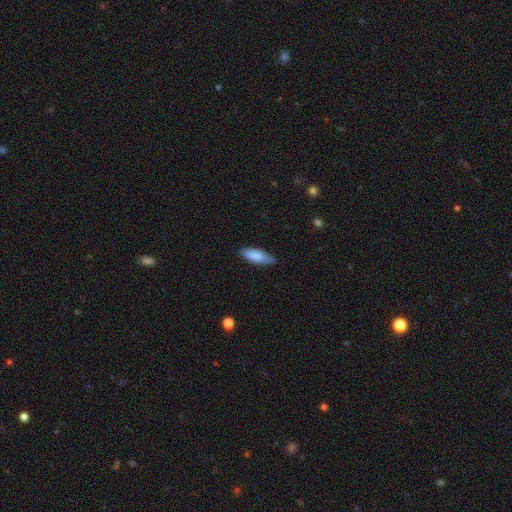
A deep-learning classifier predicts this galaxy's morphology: The model was most divided on "how rounded": in between: 65%, cigar-shaped: 33%, round: 2%. More confident: smooth or featured — smooth (85%); merging — none (76%).